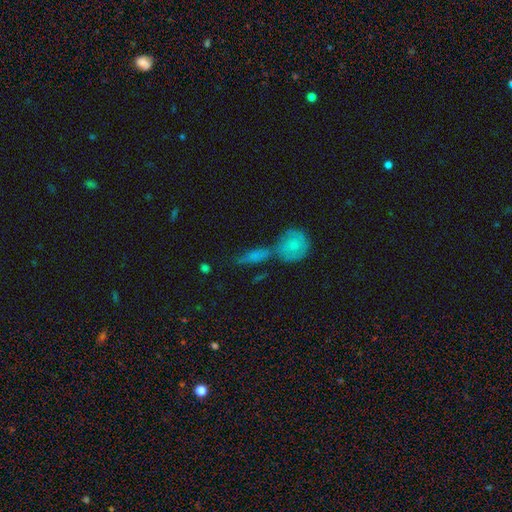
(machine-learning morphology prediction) Smooth or featured? smooth (60%)
How rounded? in between (45%)
Merging? merger (42%)